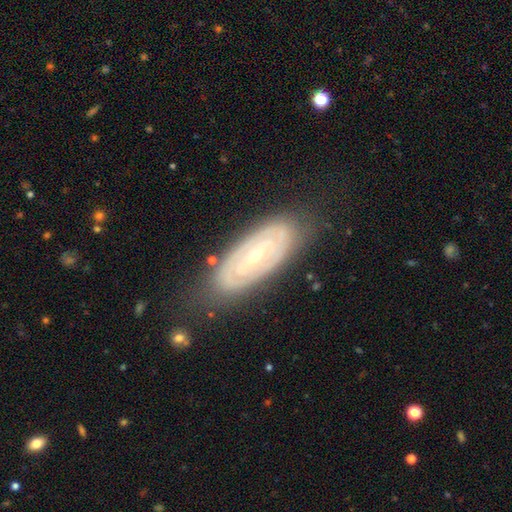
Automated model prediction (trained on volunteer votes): This appears to be a featured or disk galaxy (79%) with no bar (52%), tight (75%) spiral arms (75%) and a small central bulge (74%). Merging: none (78%).